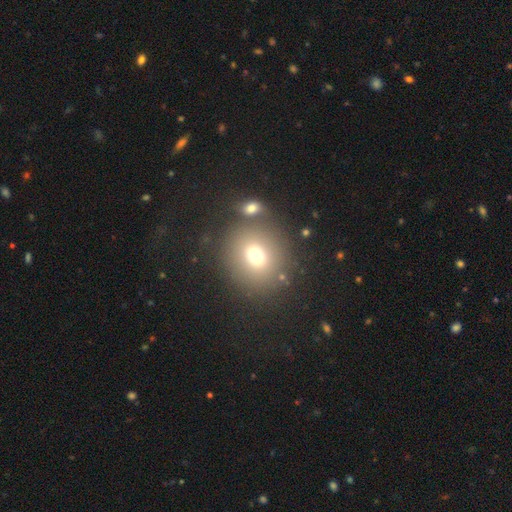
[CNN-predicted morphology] The model was most divided on "smooth or featured": smooth: 71%, star or artifact: 15%, featured or disk: 13%. More confident: how rounded — round (80%); merging — none (72%).